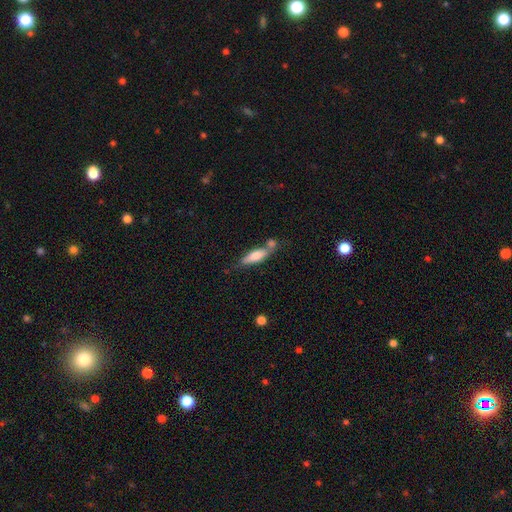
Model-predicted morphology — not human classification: This is likely a smooth galaxy (64%). How rounded: possibly cigar-shaped (54%). Merging: possibly none (50%).